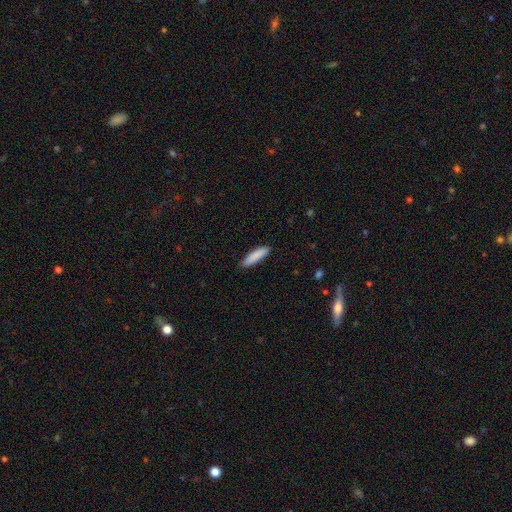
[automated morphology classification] Smooth or featured? smooth (88%)
How rounded? cigar-shaped (73%)
Merging? none (87%)